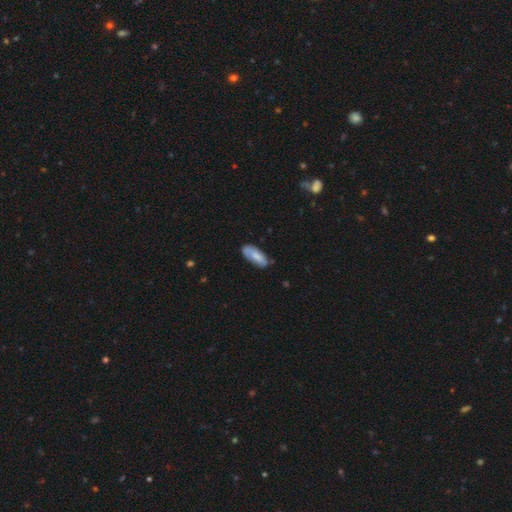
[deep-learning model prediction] The model was most divided on "merging": none: 66%, minor disturbance: 26%, major disturbance: 5%, merger: 3%. More confident: how rounded — in between (80%); smooth or featured — smooth (73%).